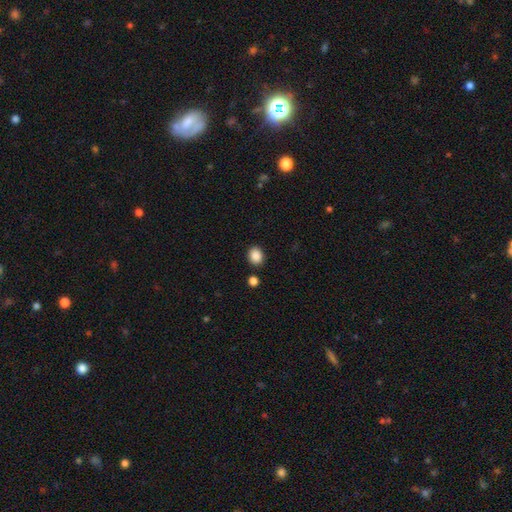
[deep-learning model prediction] Morphology: type=smooth (88%); roundness=round (53%); merging=none (86%).